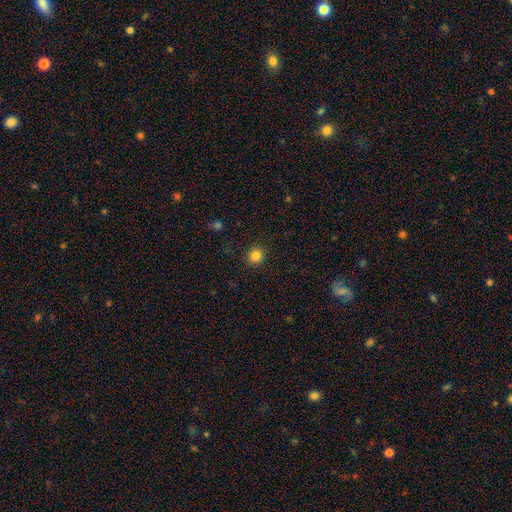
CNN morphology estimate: Smooth or featured: smooth — 83% (star or artifact — 12%)
How rounded: round — 89% (in between — 10%)
Merging: none — 90% (minor disturbance — 7%)